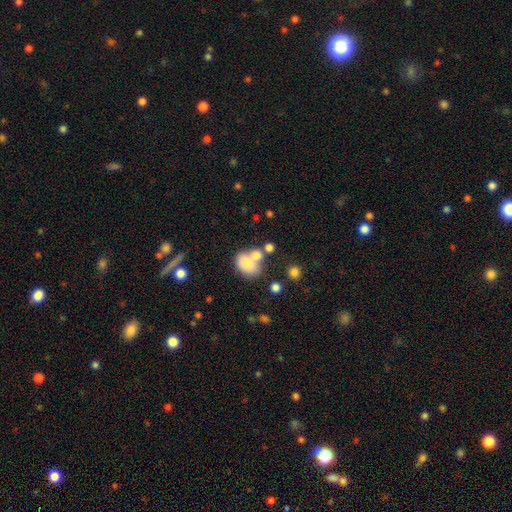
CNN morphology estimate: Smooth or featured?
  - smooth: 76% *
  - featured or disk: 14%
  - star or artifact: 10%
How rounded?
  - in between: 68% *
  - round: 30%
  - cigar-shaped: 1%
Merging?
  - merger: 46% *
  - none: 33%
  - minor disturbance: 13%
  - major disturbance: 7%